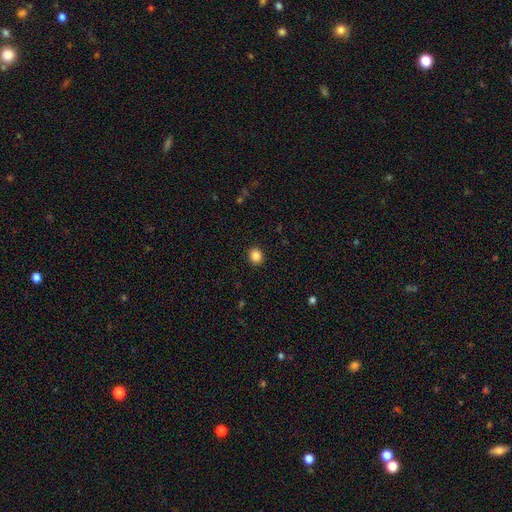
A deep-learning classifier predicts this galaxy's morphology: Overall: smooth (86%). How rounded: round (75%). Merging: none (91%).